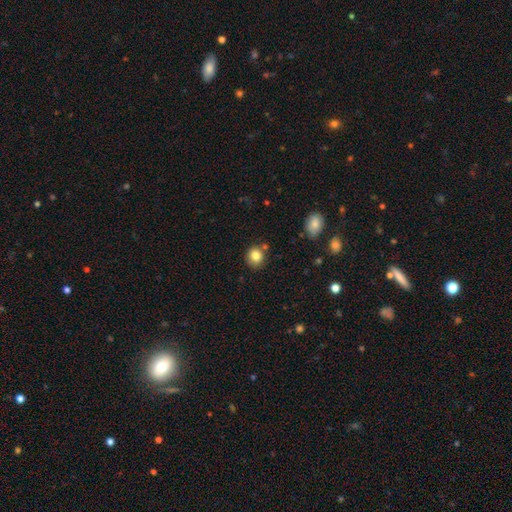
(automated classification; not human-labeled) Overall: smooth (82%). How rounded: round (85%). Merging: none (77%).